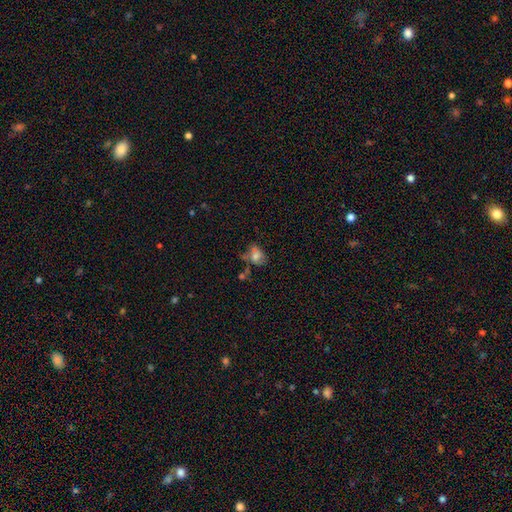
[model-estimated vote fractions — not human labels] Overall: smooth (67%). How rounded: in between (70%). Merging: none (38%; minor disturbance 27%).